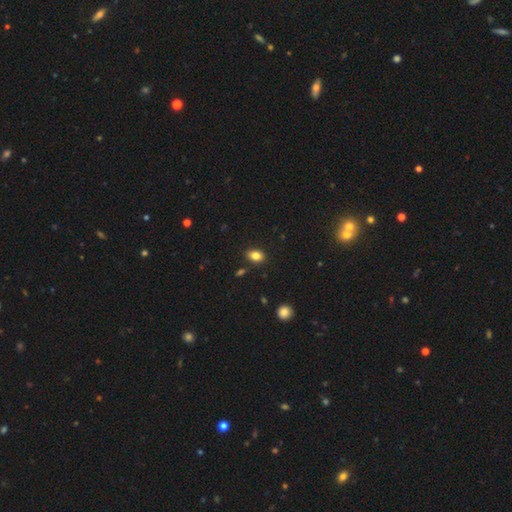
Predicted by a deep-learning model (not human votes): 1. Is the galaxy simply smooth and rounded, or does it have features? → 82% smooth, 10% star or artifact, 8% featured or disk.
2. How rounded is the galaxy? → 77% in between, 21% round, 2% cigar-shaped.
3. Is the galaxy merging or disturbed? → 85% none, 10% minor disturbance, 3% merger, 2% major disturbance.